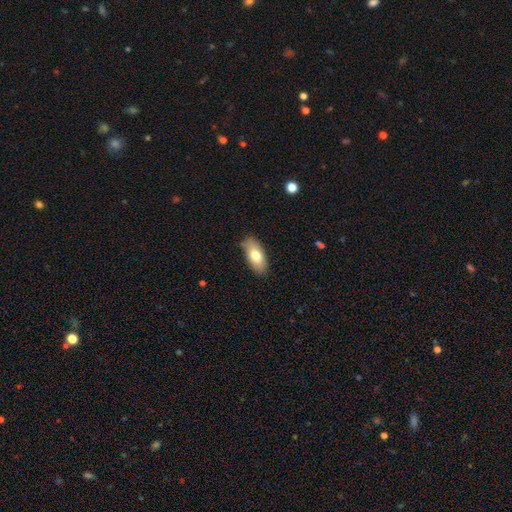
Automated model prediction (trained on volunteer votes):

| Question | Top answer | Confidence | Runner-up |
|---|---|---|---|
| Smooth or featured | smooth | 74% | featured or disk (19%) |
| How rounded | in between | 88% | cigar-shaped (9%) |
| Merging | none | 84% | minor disturbance (13%) |